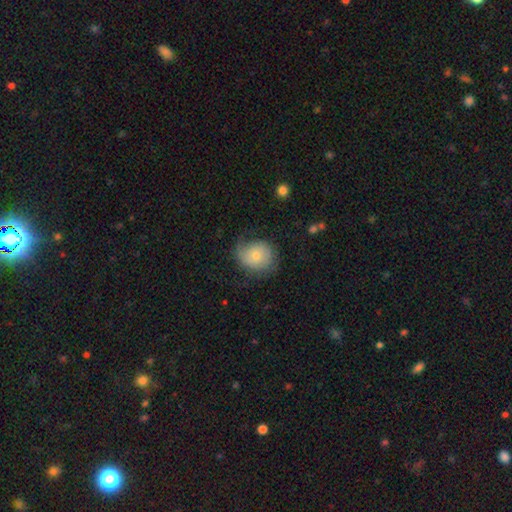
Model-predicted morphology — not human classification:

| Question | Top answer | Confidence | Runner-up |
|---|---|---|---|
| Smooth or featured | smooth | 51% | featured or disk (41%) |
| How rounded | round | 70% | in between (30%) |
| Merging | none | 55% | minor disturbance (27%) |